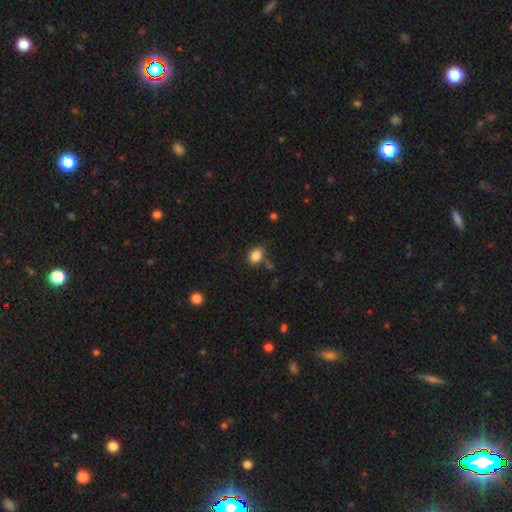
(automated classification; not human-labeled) Overall: smooth (85%). How rounded: in between (72%). Merging: none (75%).